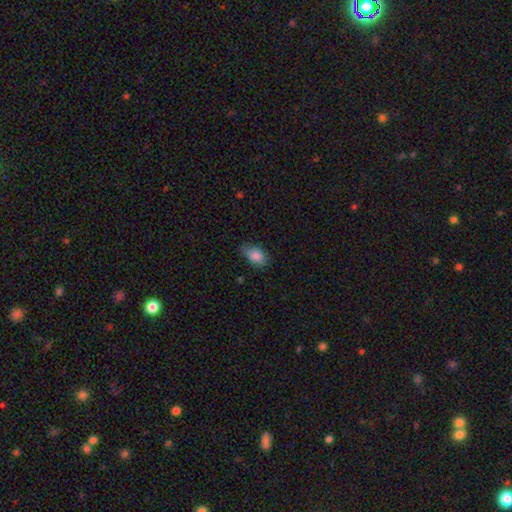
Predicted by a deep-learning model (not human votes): Morphology: type=smooth (86%); roundness=in between (88%); merging=none (65%).